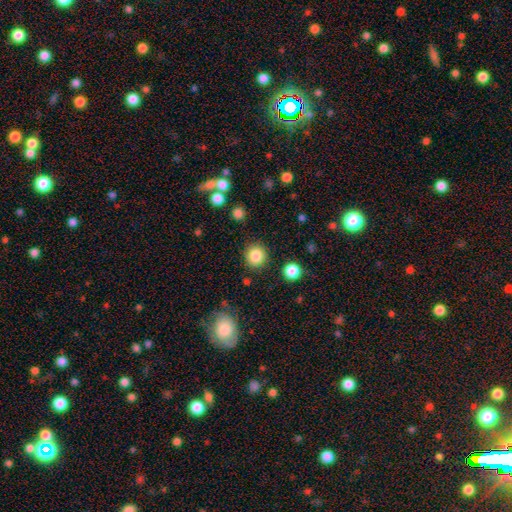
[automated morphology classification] Overall: smooth (85%). How rounded: round (87%). Merging: none (87%).